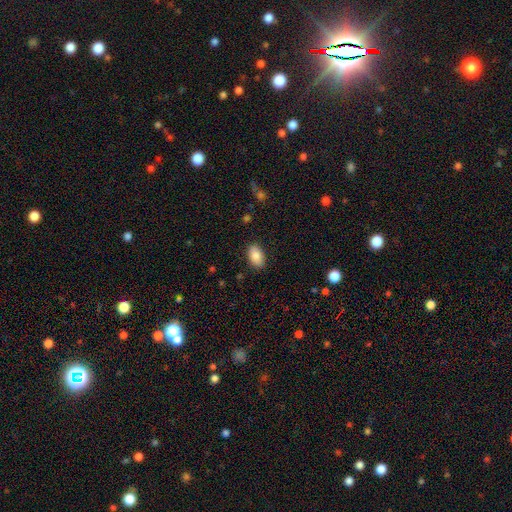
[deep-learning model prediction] Smooth or featured?
  - smooth: 86% *
  - star or artifact: 7%
  - featured or disk: 7%
How rounded?
  - in between: 92% *
  - round: 7%
  - cigar-shaped: 1%
Merging?
  - none: 86% *
  - minor disturbance: 10%
  - major disturbance: 2%
  - merger: 1%